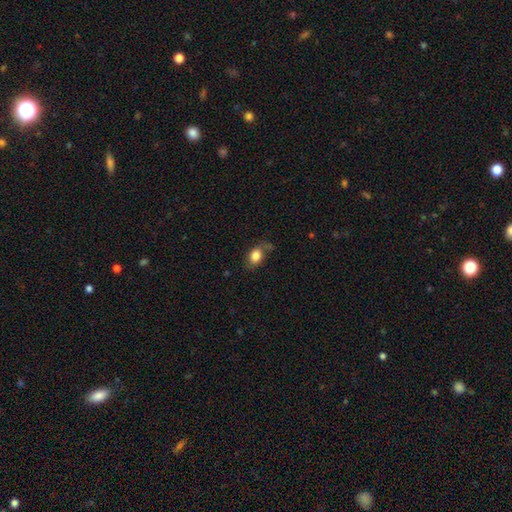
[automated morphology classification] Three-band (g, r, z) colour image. It shows a smooth galaxy with no disk features (82%) that is in between round and cigar-shaped (71%). Merging: none (58%).